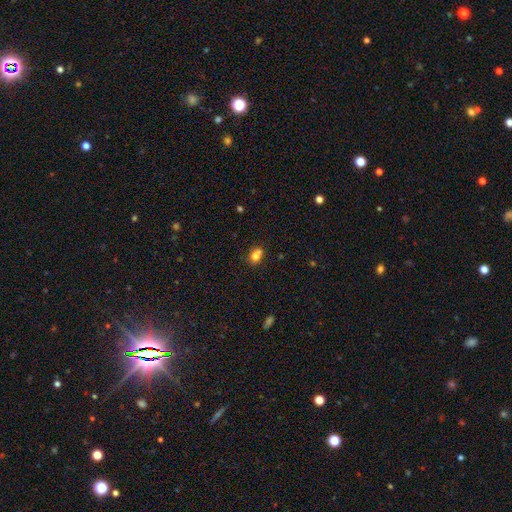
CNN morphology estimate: A smooth galaxy with no disk features (74%) that is round (57%). Merging: none (41%).